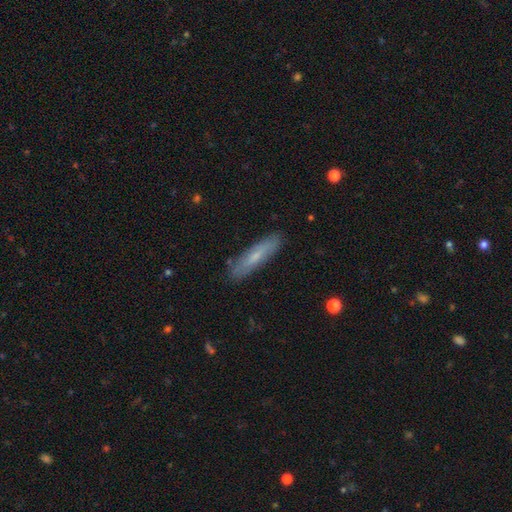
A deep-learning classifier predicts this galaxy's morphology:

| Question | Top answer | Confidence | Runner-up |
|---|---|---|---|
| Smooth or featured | smooth | 62% | featured or disk (31%) |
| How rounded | cigar-shaped | 80% | in between (18%) |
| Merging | none | 85% | minor disturbance (11%) |